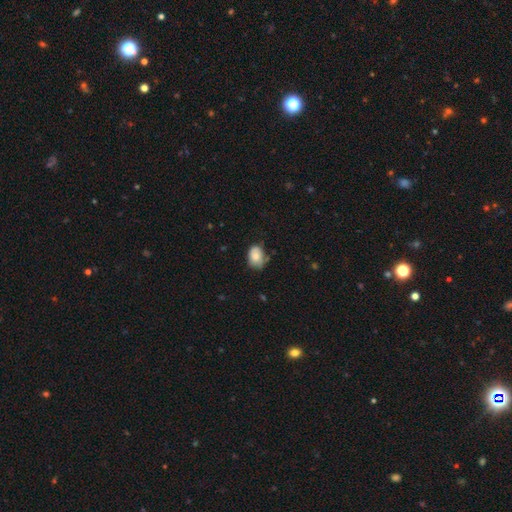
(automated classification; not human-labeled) smooth_or_featured: smooth (p=0.76) [alt: featured or disk p=0.16]
how_rounded: in between (p=0.71) [alt: round p=0.28]
merging: none (p=0.56) [alt: minor disturbance p=0.33]